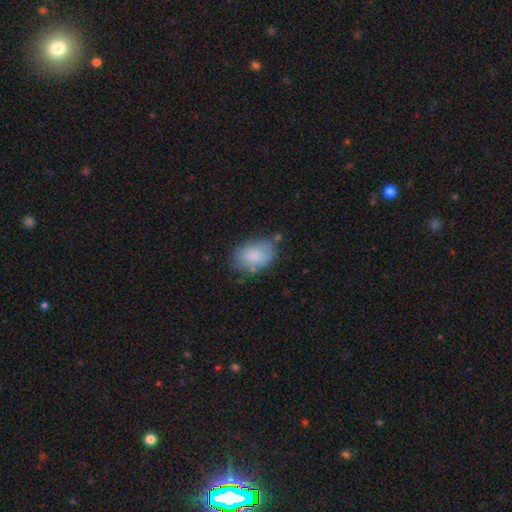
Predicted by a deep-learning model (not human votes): This appears to be a smooth galaxy with no disk features (81%) that is in between round and cigar-shaped (85%). Merging: none (58%).